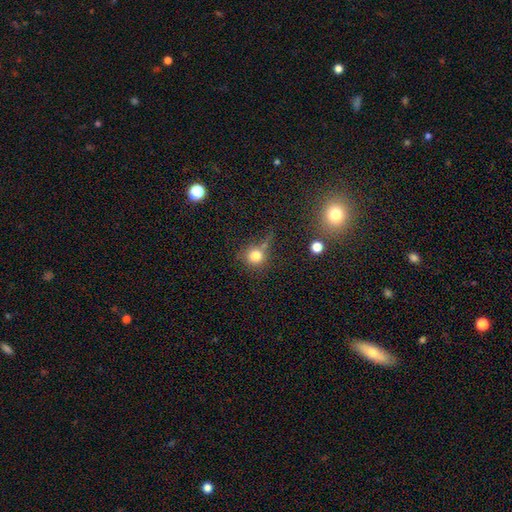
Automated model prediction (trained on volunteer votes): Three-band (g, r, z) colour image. It shows a smooth galaxy with no disk features (79%) that is round (89%). Merging: none (57%).